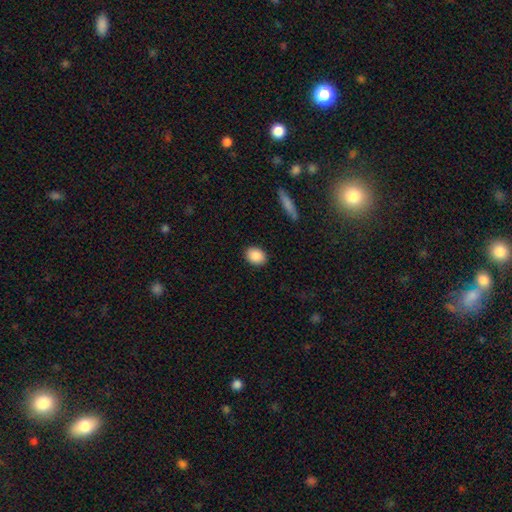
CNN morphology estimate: smooth_or_featured: smooth (p=0.89) [alt: star or artifact p=0.07]
how_rounded: in between (p=0.60) [alt: round p=0.39]
merging: none (p=0.89) [alt: minor disturbance p=0.08]